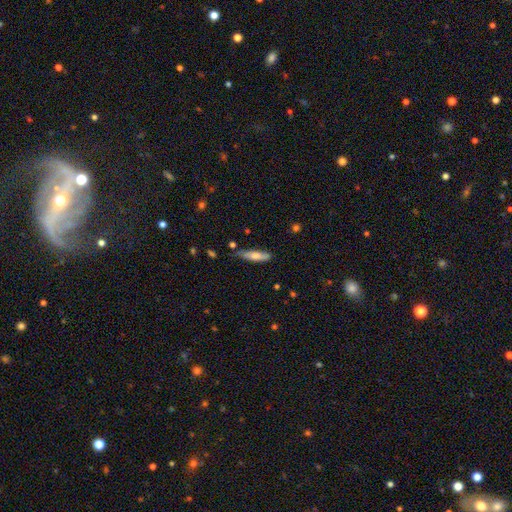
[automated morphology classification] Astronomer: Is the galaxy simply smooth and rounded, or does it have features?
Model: smooth — 65%.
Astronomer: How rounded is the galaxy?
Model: cigar-shaped — 71%.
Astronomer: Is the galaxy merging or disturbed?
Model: none — 64%.